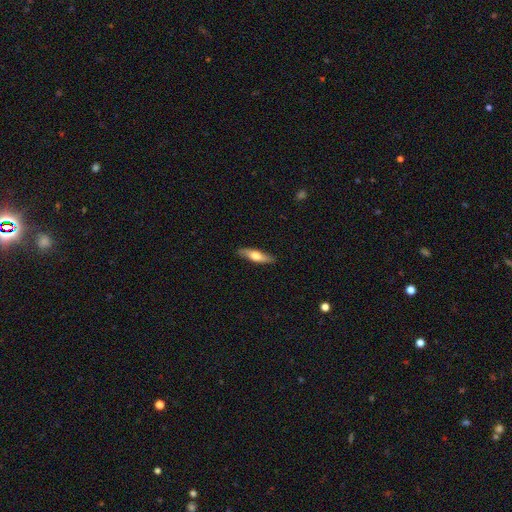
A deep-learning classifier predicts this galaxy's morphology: smooth_or_featured: smooth (p=0.54) [alt: featured or disk p=0.41]
how_rounded: cigar-shaped (p=0.60) [alt: in between p=0.37]
merging: none (p=0.86) [alt: minor disturbance p=0.11]